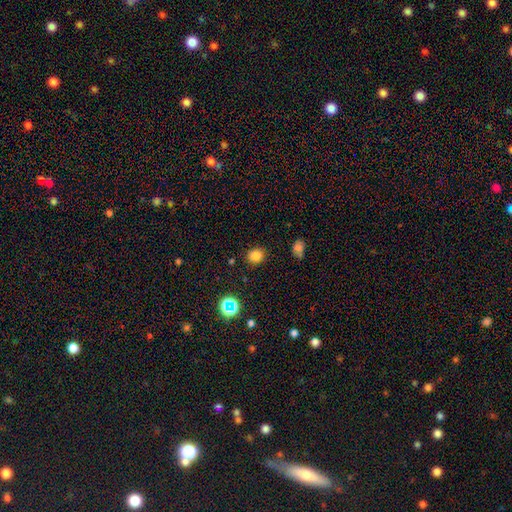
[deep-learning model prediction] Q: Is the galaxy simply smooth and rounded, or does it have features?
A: smooth — 80%.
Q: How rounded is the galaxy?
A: round — 67%.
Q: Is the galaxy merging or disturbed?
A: none — 86%.